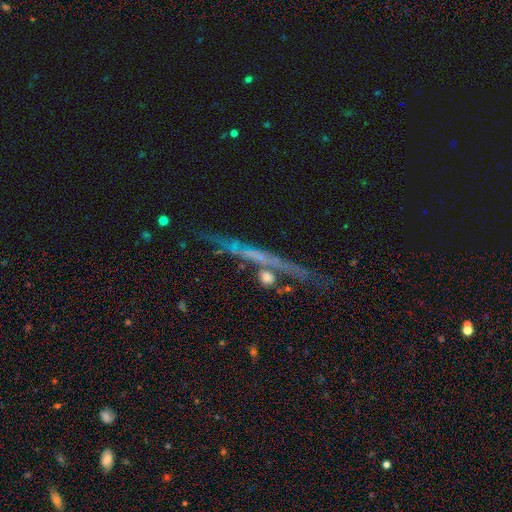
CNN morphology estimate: The model was most divided on "smooth or featured": featured or disk: 61%, smooth: 24%, star or artifact: 15%. More confident: edge-on disk — yes (91%); merging — none (77%); edge-on bulge — none (74%).